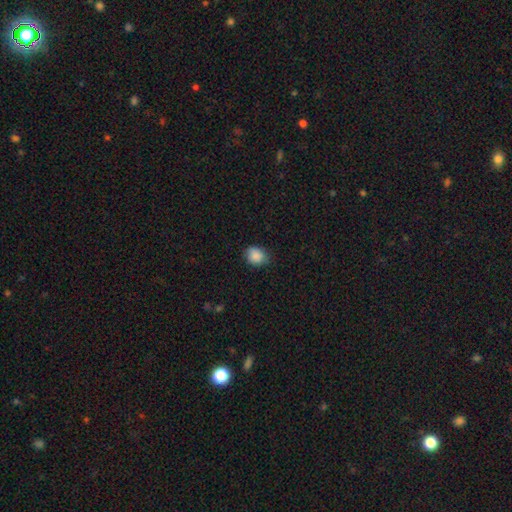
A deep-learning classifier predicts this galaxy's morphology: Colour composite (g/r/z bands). It shows a smooth galaxy with no disk features (87%) that is round (57%). Merging: none (75%).